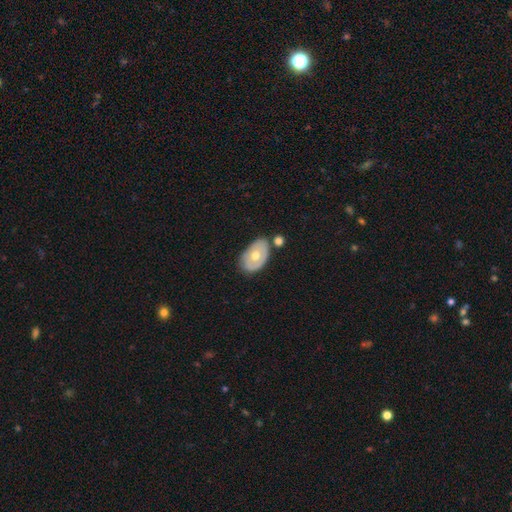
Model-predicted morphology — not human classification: Smooth or featured? smooth (48%)
Merging? none (66%)